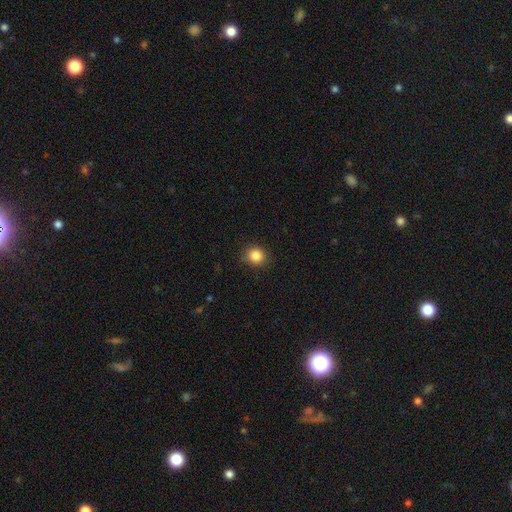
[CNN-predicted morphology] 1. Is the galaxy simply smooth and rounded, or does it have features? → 86% smooth, 10% star or artifact, 4% featured or disk.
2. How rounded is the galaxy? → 83% round, 16% in between, 1% cigar-shaped.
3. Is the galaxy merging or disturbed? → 85% none, 11% minor disturbance, 3% major disturbance, 1% merger.